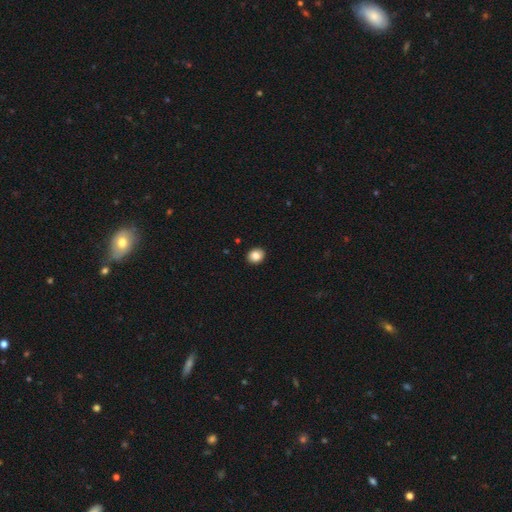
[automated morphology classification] This is clearly a smooth galaxy (85%). How rounded: likely round (66%). Merging: clearly none (92%).